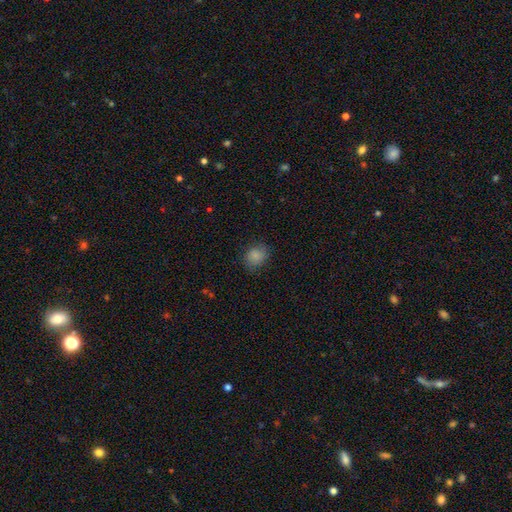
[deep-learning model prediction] smooth 86%, star or artifact 9%, featured or disk 5%. Down the decision tree: how rounded — round (60%); merging — none (79%).